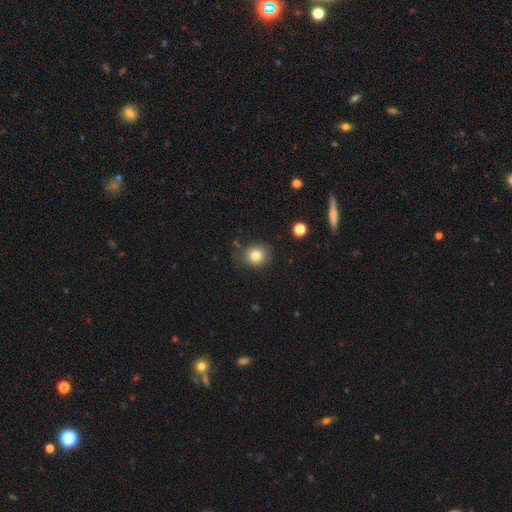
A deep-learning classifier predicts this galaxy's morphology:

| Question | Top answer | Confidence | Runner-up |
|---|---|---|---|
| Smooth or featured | smooth | 80% | star or artifact (11%) |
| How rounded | round | 81% | in between (18%) |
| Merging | none | 76% | minor disturbance (16%) |